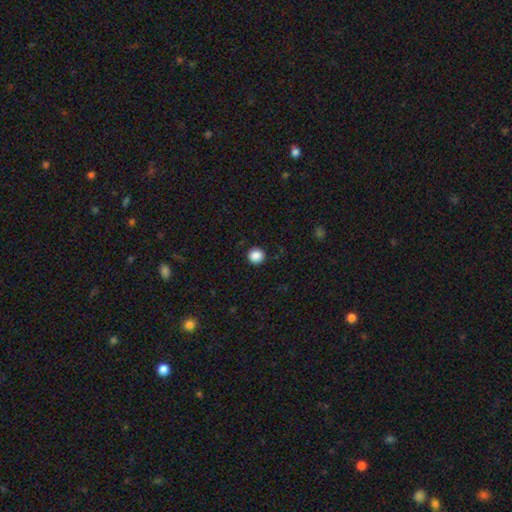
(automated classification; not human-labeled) smooth 88%, star or artifact 10%, featured or disk 2%. Down the decision tree: how rounded — round (94%); merging — none (92%).